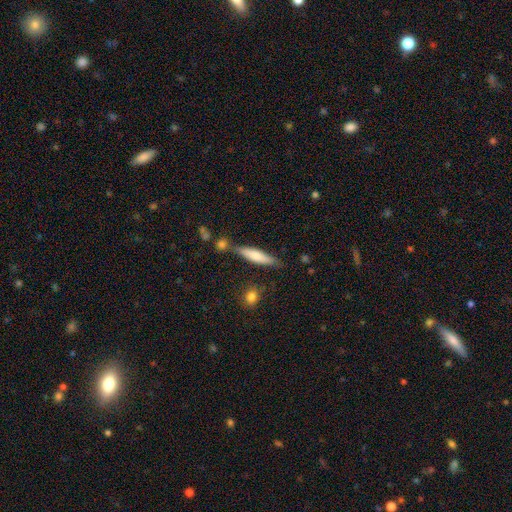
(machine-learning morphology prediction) Smooth or featured: smooth — 66% (featured or disk — 27%)
How rounded: cigar-shaped — 76% (in between — 22%)
Merging: none — 70% (minor disturbance — 17%)